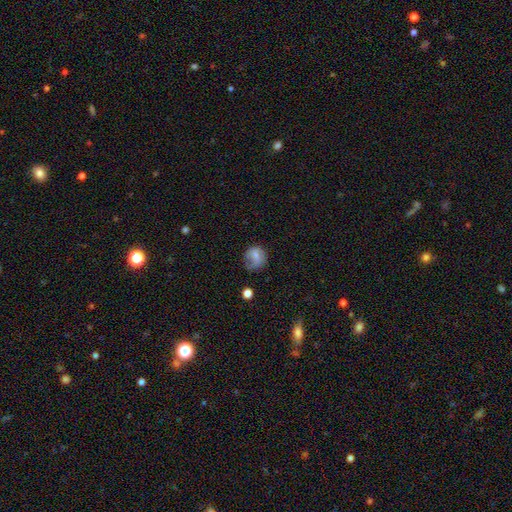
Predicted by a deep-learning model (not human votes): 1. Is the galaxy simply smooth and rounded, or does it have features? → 59% smooth, 31% featured or disk, 10% star or artifact.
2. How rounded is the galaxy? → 72% round, 27% in between, 1% cigar-shaped.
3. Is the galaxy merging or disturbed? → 49% none, 30% minor disturbance, 19% major disturbance, 2% merger.